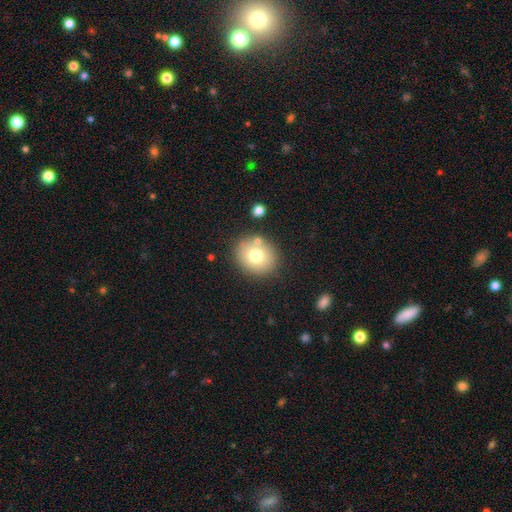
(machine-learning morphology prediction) Smooth or featured: smooth — 73% (featured or disk — 15%)
How rounded: round — 69% (in between — 31%)
Merging: none — 81% (minor disturbance — 10%)